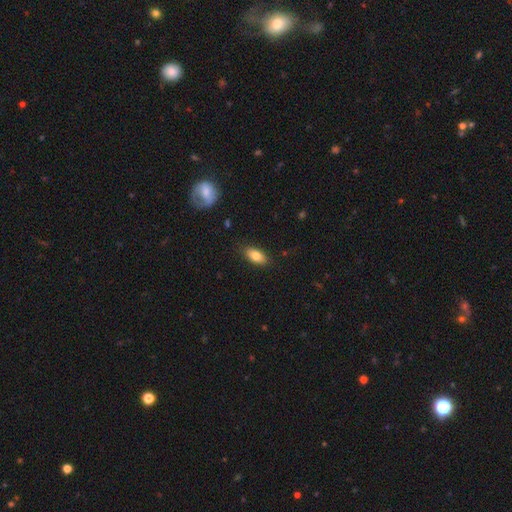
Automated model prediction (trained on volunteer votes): A smooth galaxy with no disk features (81%) that is in between round and cigar-shaped (87%). Merging: none (85%).